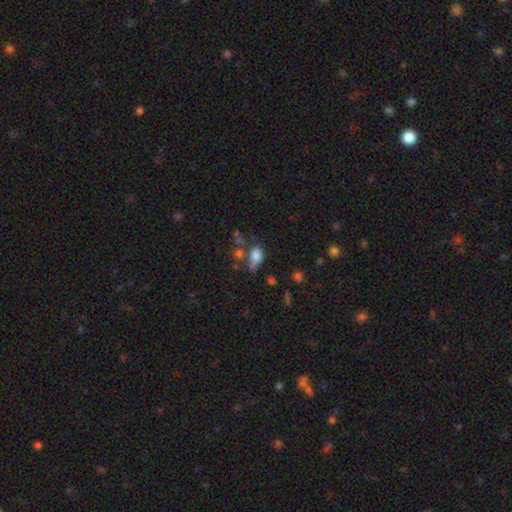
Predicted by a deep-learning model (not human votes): Smooth or featured?
  - smooth: 78% *
  - star or artifact: 11%
  - featured or disk: 11%
How rounded?
  - in between: 84% *
  - round: 13%
  - cigar-shaped: 4%
Merging?
  - none: 41% *
  - minor disturbance: 25%
  - merger: 20%
  - major disturbance: 13%